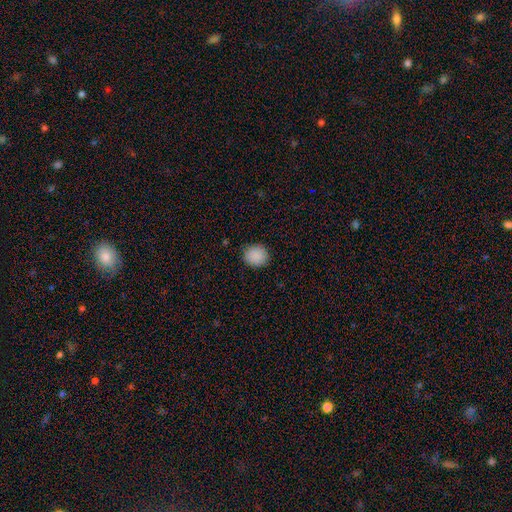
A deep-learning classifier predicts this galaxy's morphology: Smooth or featured? Predicted: smooth (p=0.89). How rounded? Predicted: round (p=0.80). Merging? Predicted: none (p=0.87).